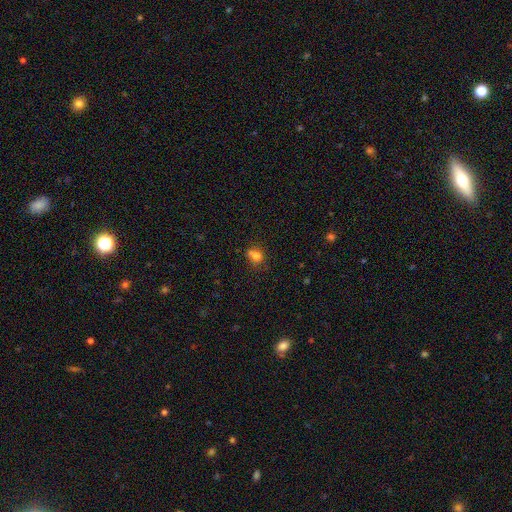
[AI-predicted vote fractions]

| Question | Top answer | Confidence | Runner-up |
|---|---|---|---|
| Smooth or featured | smooth | 74% | star or artifact (14%) |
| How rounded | round | 67% | in between (32%) |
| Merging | none | 45% | merger (36%) |